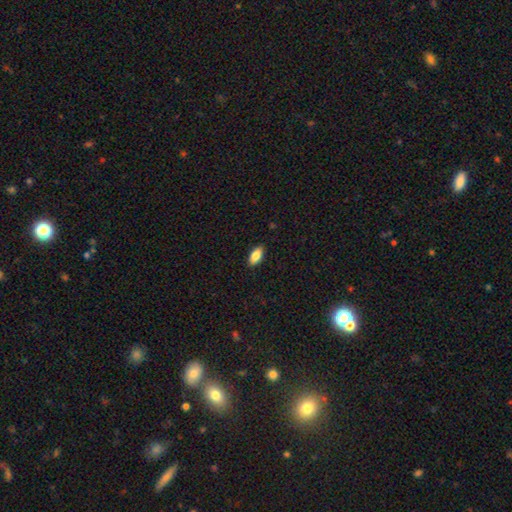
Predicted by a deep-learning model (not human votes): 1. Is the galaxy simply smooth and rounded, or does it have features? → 84% smooth, 9% featured or disk, 7% star or artifact.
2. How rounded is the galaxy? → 90% in between, 7% cigar-shaped, 3% round.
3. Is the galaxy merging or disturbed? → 88% none, 9% minor disturbance, 2% major disturbance, 1% merger.